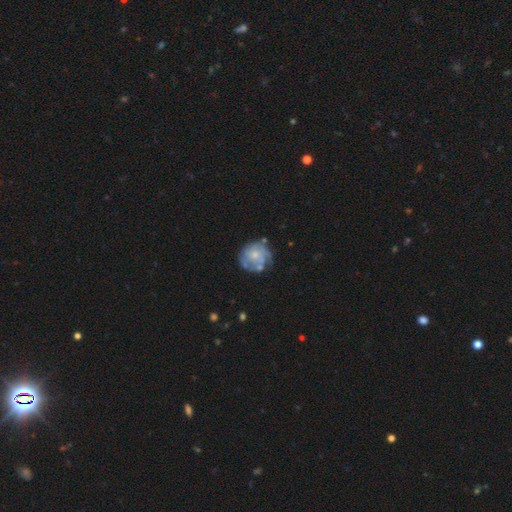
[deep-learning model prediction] Smooth or featured?
  - featured or disk: 58% *
  - smooth: 35%
  - star or artifact: 7%
Edge-on disk?
  - no: 98% *
  - yes: 2%
Bar?
  - no: 86% *
  - weak: 12%
  - strong: 2%
Spiral arms?
  - yes: 53% *
  - no: 47%
Bulge size?
  - small: 55% *
  - moderate: 34%
  - none: 8%
  - large: 2%
  - dominant: 1%
Merging?
  - none: 56% *
  - minor disturbance: 24%
  - major disturbance: 13%
  - merger: 8%